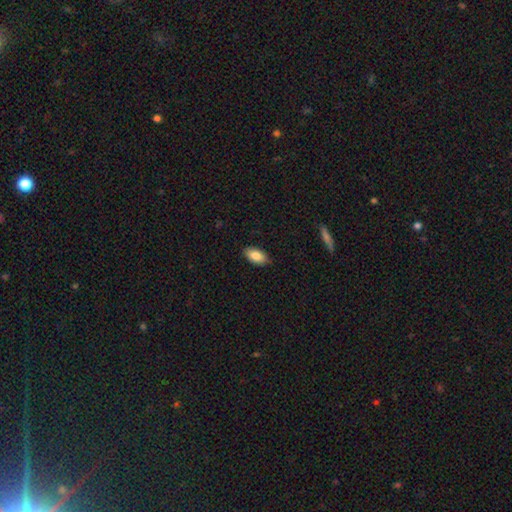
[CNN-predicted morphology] This appears to be a smooth galaxy with no disk features (86%) that is in between round and cigar-shaped (93%). Merging: none (86%).